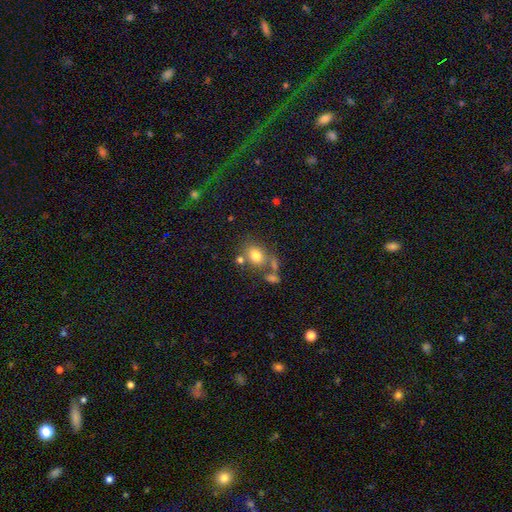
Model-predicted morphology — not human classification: A smooth galaxy with no disk features (76%) that is in between round and cigar-shaped (58%). Merging: none (55%).